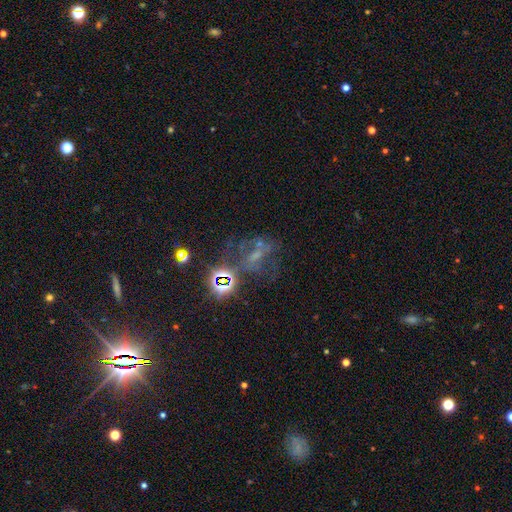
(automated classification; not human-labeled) Smooth or featured?
  - star or artifact: 40% *
  - featured or disk: 38%
  - smooth: 22%